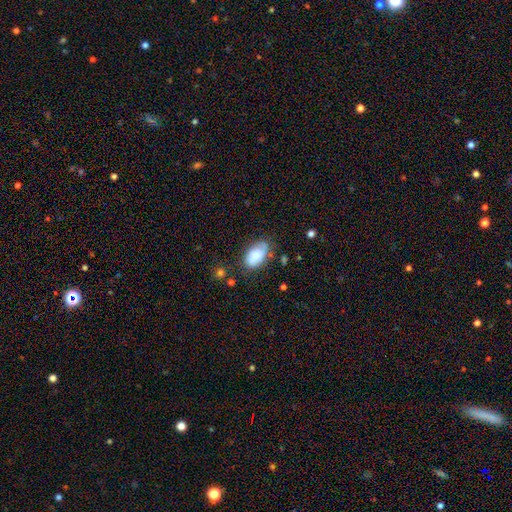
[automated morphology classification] smooth 73%, featured or disk 19%, star or artifact 8%. Down the decision tree: how rounded — in between (93%); merging — none (62%).